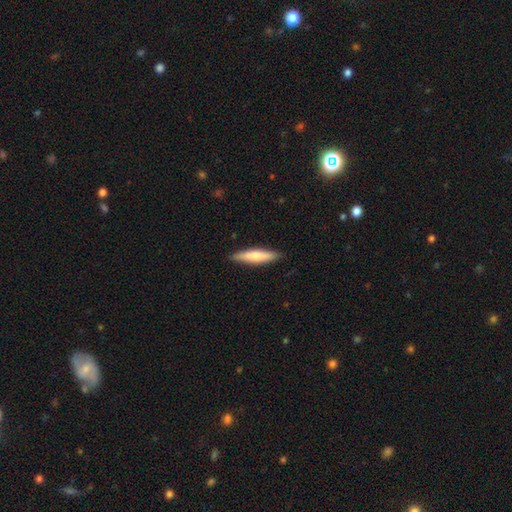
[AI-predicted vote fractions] Smooth or featured: smooth — 67% (featured or disk — 28%)
How rounded: cigar-shaped — 82% (in between — 16%)
Merging: none — 88% (minor disturbance — 9%)